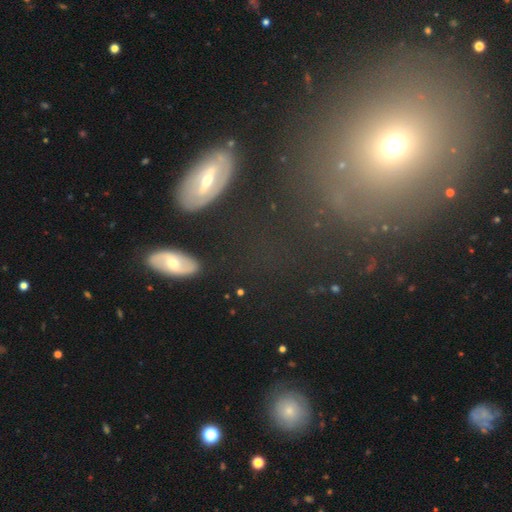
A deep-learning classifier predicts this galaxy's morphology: Smooth or featured? Predicted: smooth (p=0.41). Merging? Predicted: none (p=0.63).